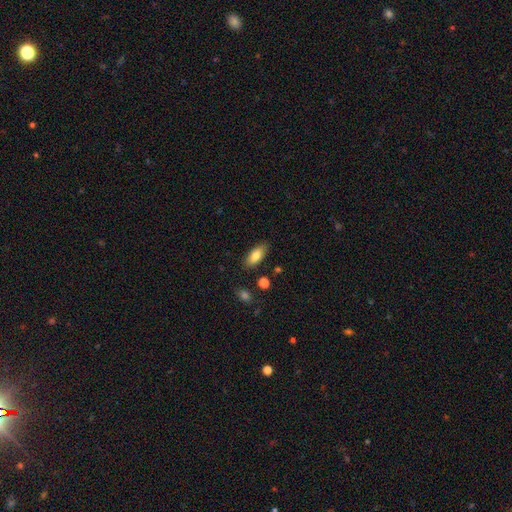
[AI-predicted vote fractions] smooth 82%, featured or disk 11%, star or artifact 7%. Down the decision tree: how rounded — in between (84%); merging — none (84%).